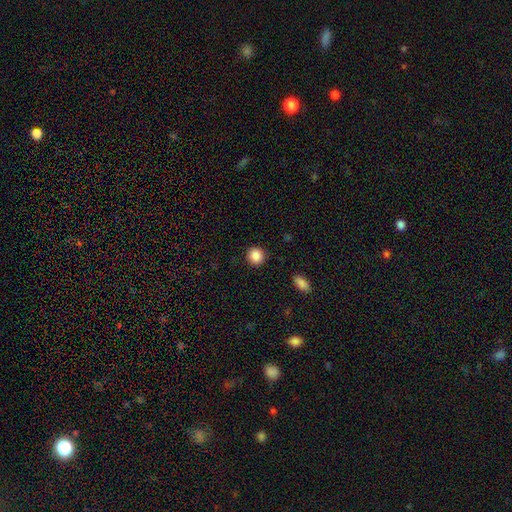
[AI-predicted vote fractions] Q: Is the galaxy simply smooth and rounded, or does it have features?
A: smooth — 88%.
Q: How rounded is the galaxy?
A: round — 91%.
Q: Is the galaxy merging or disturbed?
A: none — 91%.